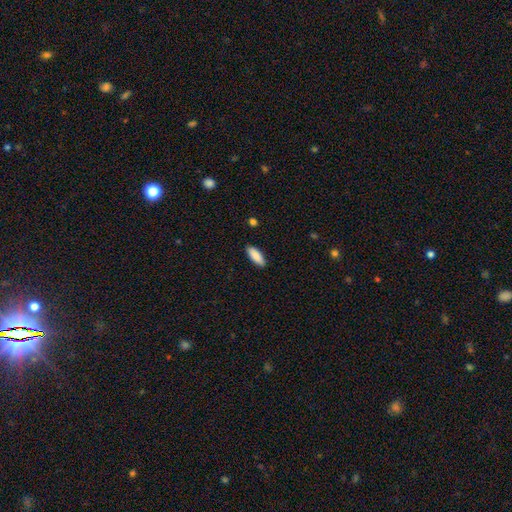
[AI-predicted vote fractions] Smooth or featured? Predicted: smooth (p=0.89). How rounded? Predicted: in between (p=0.71). Merging? Predicted: none (p=0.89).